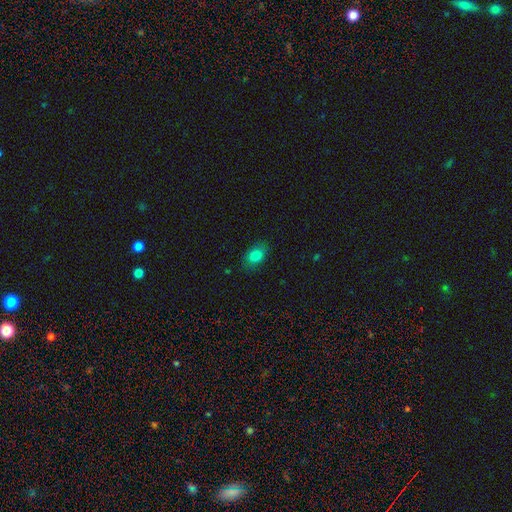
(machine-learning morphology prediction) Overall: smooth (82%). How rounded: in between (81%). Merging: none (81%).